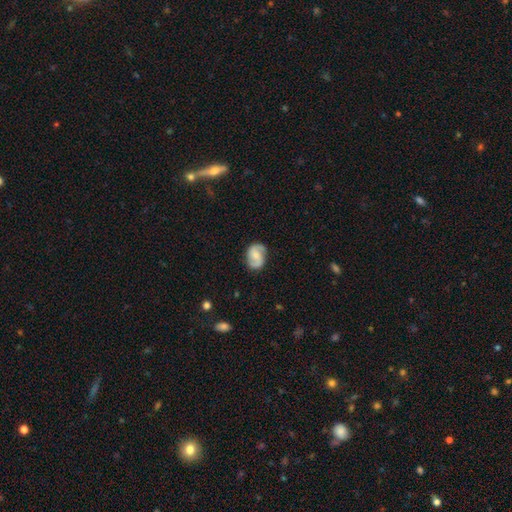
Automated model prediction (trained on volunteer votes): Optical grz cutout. It shows a featured or disk galaxy (71%) with no bar (48%), 2 (91%) medium (49%) spiral arms (94%) and a moderate central bulge (42%). Merging: none (80%).